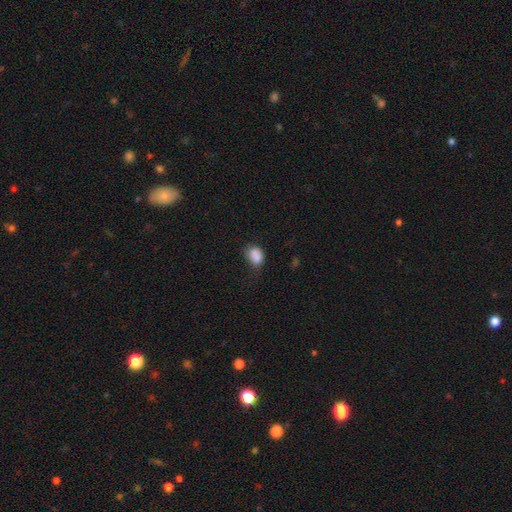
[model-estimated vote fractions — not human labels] Smooth or featured? smooth (84%)
How rounded? in between (68%)
Merging? none (43%)